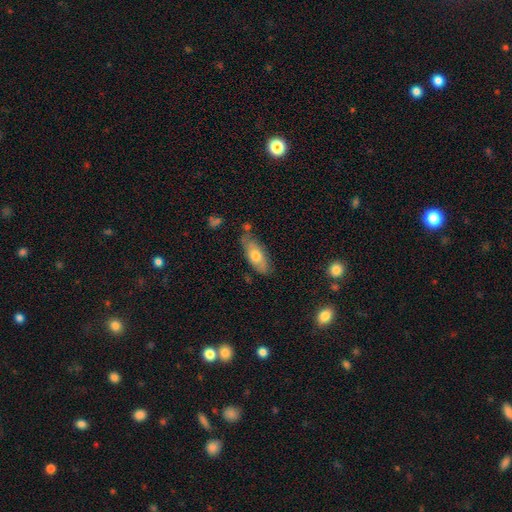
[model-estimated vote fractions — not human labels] Q: Smooth or featured?
A: smooth (64%); runner-up: featured or disk (30%)
Q: How rounded?
A: in between (76%); runner-up: cigar-shaped (21%)
Q: Merging?
A: none (68%); runner-up: minor disturbance (22%)